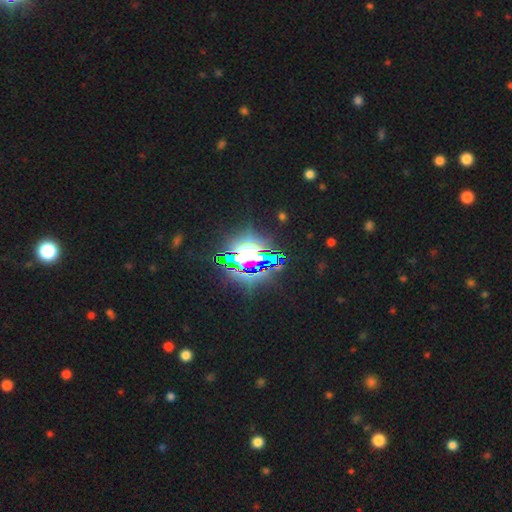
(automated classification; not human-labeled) This is likely a star or artifact rather than a galaxy (78%).